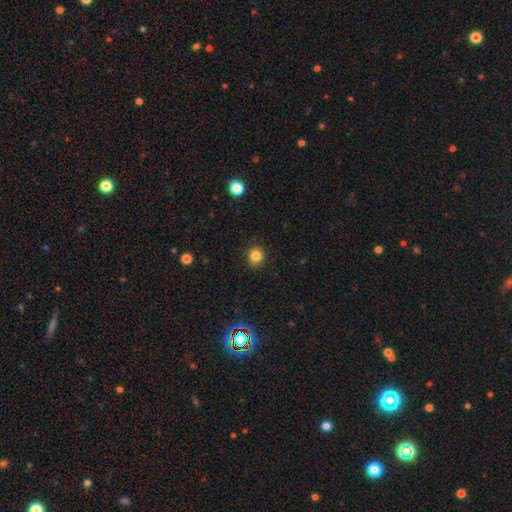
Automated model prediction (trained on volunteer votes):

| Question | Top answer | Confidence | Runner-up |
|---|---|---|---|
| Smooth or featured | smooth | 82% | star or artifact (12%) |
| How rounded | round | 80% | in between (19%) |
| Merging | none | 85% | minor disturbance (11%) |